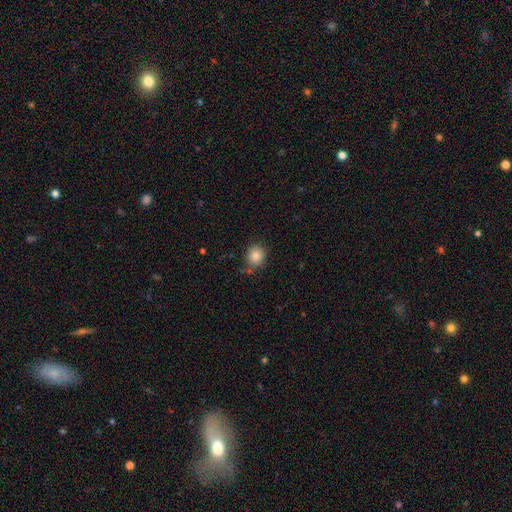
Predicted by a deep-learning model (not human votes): A smooth galaxy with no disk features (84%) that is round (80%). Merging: none (80%).